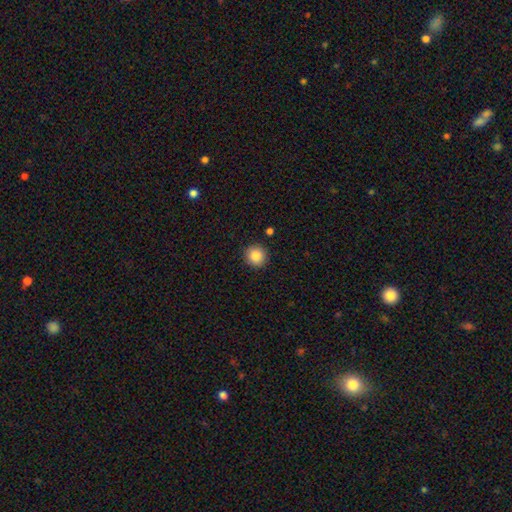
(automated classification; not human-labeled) smooth 86%, star or artifact 9%, featured or disk 5%. Down the decision tree: how rounded — round (94%); merging — none (91%).